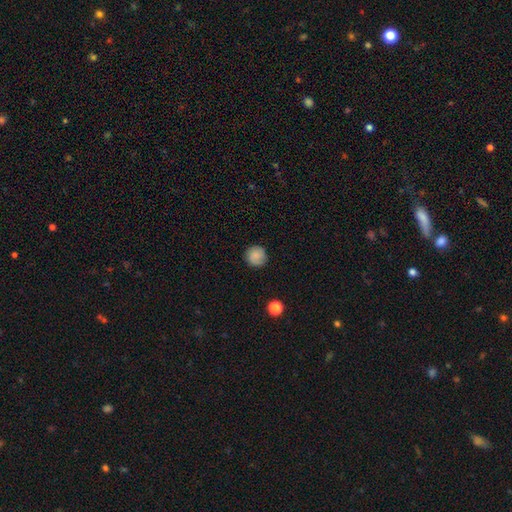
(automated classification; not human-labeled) Smooth or featured?
  - smooth: 82% *
  - featured or disk: 10%
  - star or artifact: 9%
How rounded?
  - round: 93% *
  - in between: 6%
  - cigar-shaped: 1%
Merging?
  - none: 87% *
  - minor disturbance: 9%
  - major disturbance: 3%
  - merger: 1%